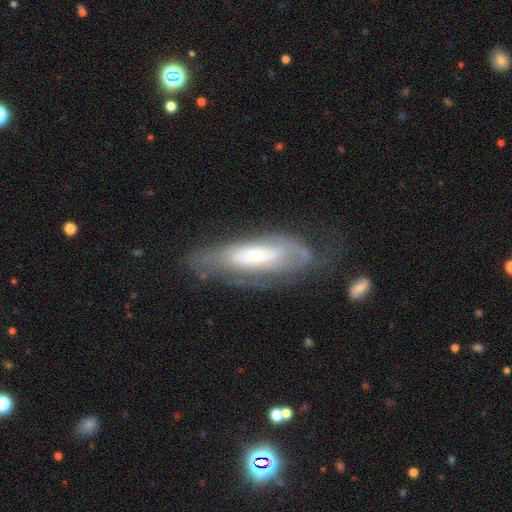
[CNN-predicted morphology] Smooth or featured?
  - featured or disk: 65% *
  - smooth: 28%
  - star or artifact: 7%
Edge-on disk?
  - no: 81% *
  - yes: 19%
Bar?
  - no: 64% *
  - weak: 26%
  - strong: 10%
Spiral arms?
  - yes: 62% *
  - no: 38%
Bulge size?
  - small: 47% *
  - moderate: 42%
  - large: 7%
  - none: 2%
  - dominant: 2%
Merging?
  - none: 50% *
  - minor disturbance: 24%
  - major disturbance: 21%
  - merger: 4%